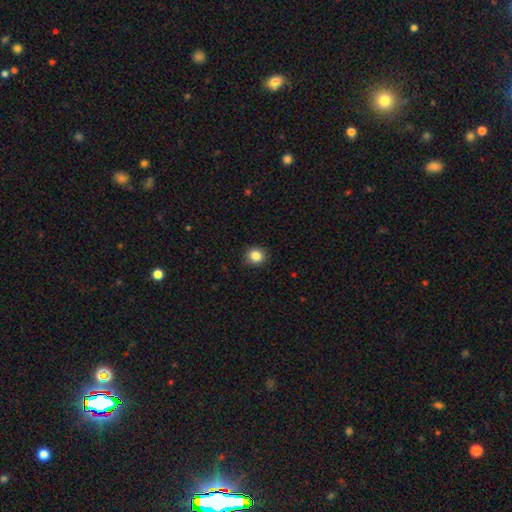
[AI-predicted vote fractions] smooth 85%, star or artifact 11%, featured or disk 4%. Down the decision tree: how rounded — round (86%); merging — none (87%).